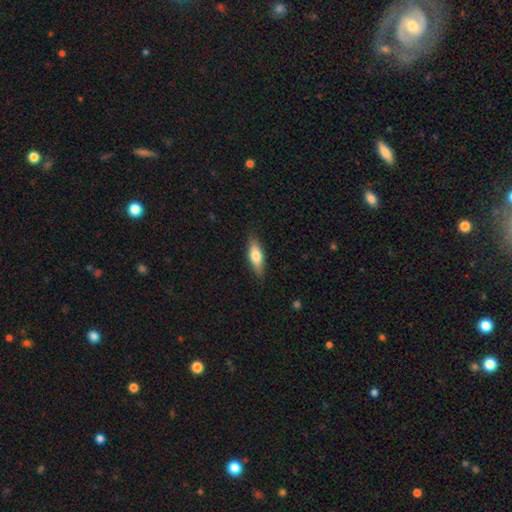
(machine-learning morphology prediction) smooth-or-featured: smooth: 67% | featured or disk: 27% | star or artifact: 6%
  how-rounded: in between: 59% | cigar-shaped: 38% | round: 3%
  merging: none: 85% | minor disturbance: 12% | major disturbance: 2% | merger: 1%